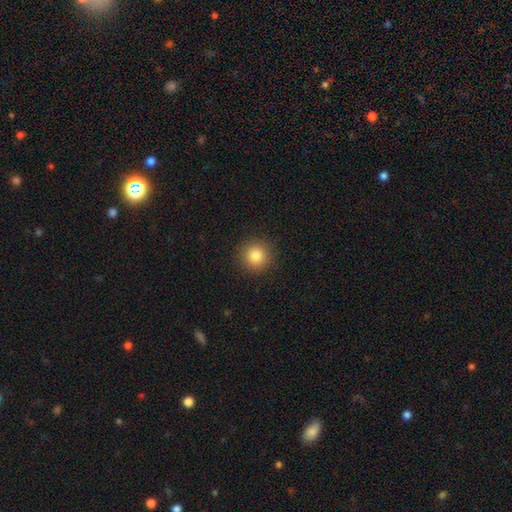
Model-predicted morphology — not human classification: A smooth galaxy with no disk features (84%) that is round (95%).

Vote fractions:
- Smooth or featured? smooth: 84% / star or artifact: 11% / featured or disk: 5%
- How rounded? round: 95% / in between: 4% / cigar-shaped: 1%
- Merging? none: 91% / minor disturbance: 6% / major disturbance: 2% / merger: 1%